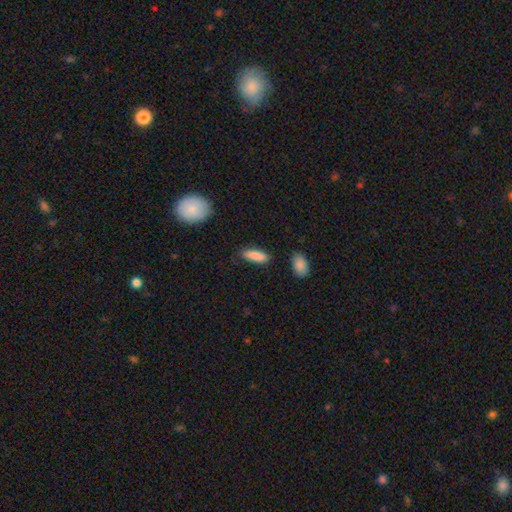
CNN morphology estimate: This appears to be a smooth galaxy with no disk features (88%) that is in between round and cigar-shaped (54%). Merging: none (82%).